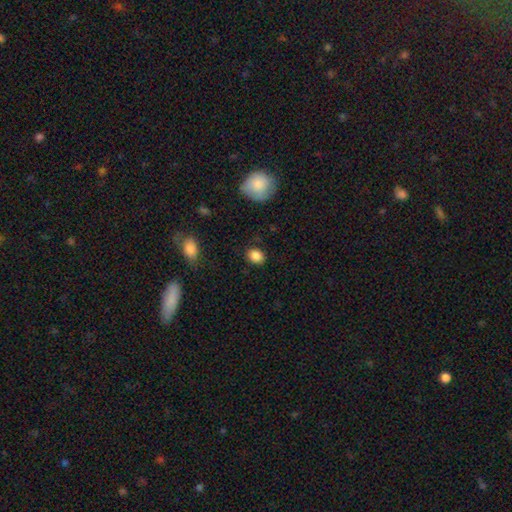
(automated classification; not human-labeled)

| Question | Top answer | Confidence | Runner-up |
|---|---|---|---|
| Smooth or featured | smooth | 87% | star or artifact (9%) |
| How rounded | in between | 50% | round (49%) |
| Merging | none | 85% | minor disturbance (11%) |